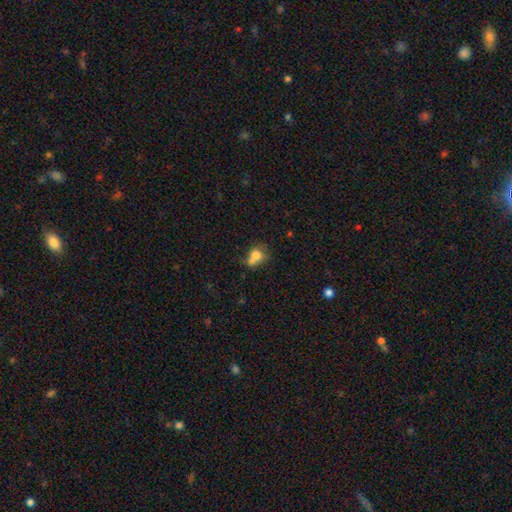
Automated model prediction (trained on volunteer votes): Morphology: type=smooth (73%); roundness=round (57%); merging=merger (36%).